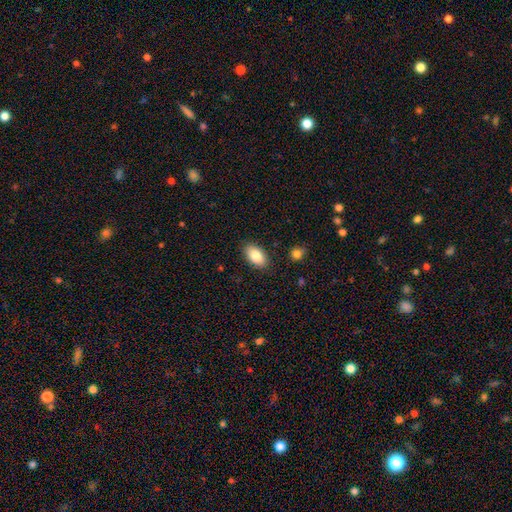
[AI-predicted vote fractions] Smooth or featured? smooth (84%)
How rounded? in between (93%)
Merging? none (87%)